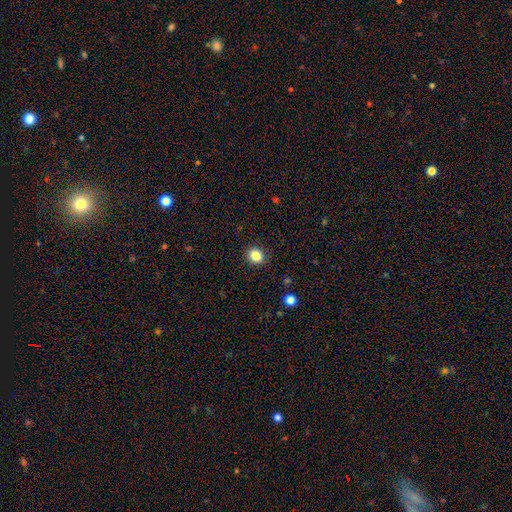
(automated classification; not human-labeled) A smooth galaxy with no disk features (84%) that is round (72%). Merging: none (90%).